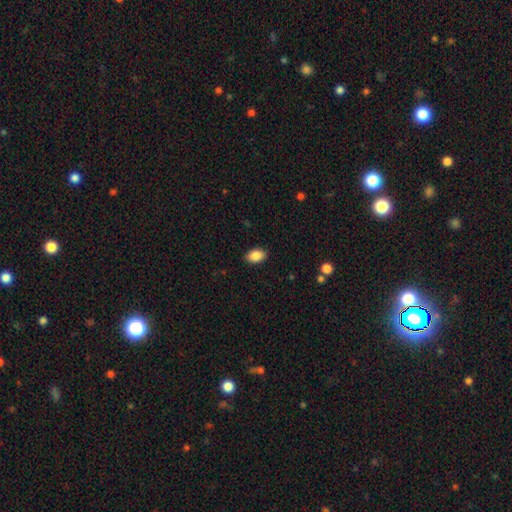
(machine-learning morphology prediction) This appears to be a smooth galaxy with no disk features (87%) that is in between round and cigar-shaped (87%). Merging: none (89%).